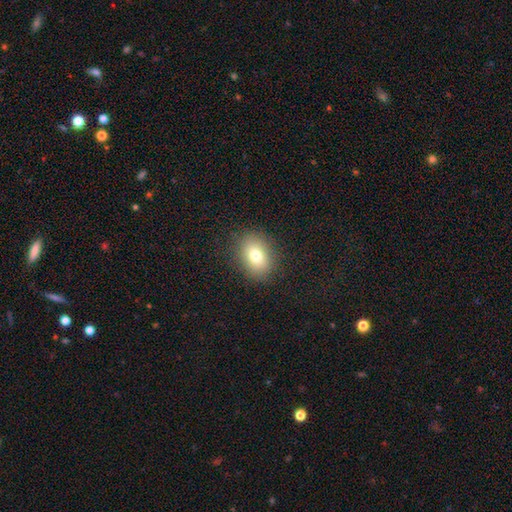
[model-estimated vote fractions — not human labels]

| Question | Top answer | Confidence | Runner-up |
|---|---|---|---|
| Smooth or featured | smooth | 78% | featured or disk (12%) |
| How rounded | in between | 70% | round (29%) |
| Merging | none | 88% | minor disturbance (8%) |